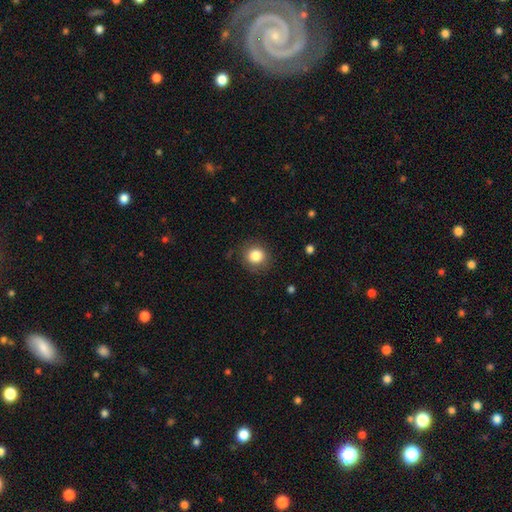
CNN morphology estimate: Smooth or featured?
  - smooth: 84% *
  - star or artifact: 10%
  - featured or disk: 6%
How rounded?
  - round: 88% *
  - in between: 12%
  - cigar-shaped: 1%
Merging?
  - none: 85% *
  - minor disturbance: 11%
  - major disturbance: 4%
  - merger: 1%